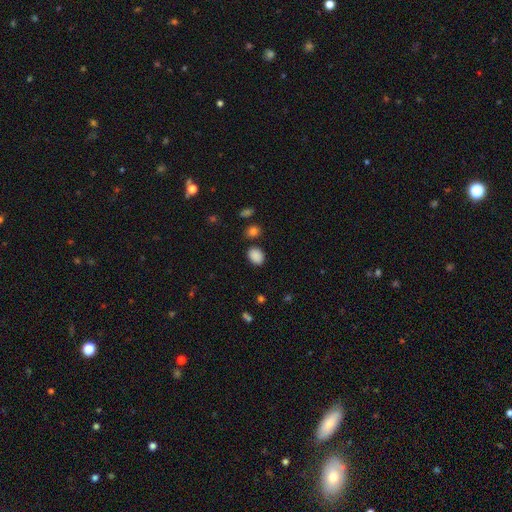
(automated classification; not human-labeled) Smooth or featured: smooth — 87% (star or artifact — 9%)
How rounded: in between — 71% (round — 28%)
Merging: none — 82% (minor disturbance — 11%)